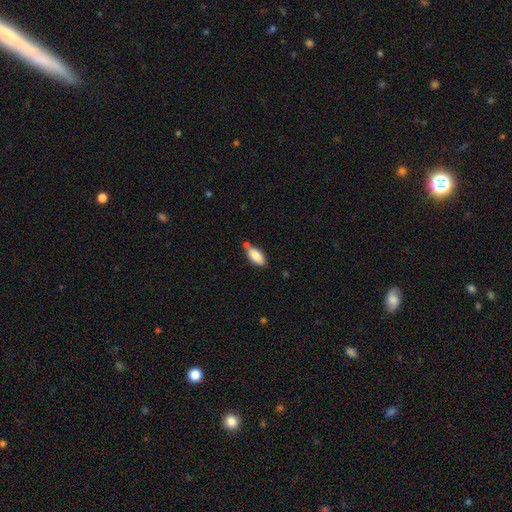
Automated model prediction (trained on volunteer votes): smooth-or-featured: smooth: 85% | featured or disk: 9% | star or artifact: 7%
  how-rounded: in between: 88% | cigar-shaped: 10% | round: 2%
  merging: none: 64% | minor disturbance: 17% | merger: 15% | major disturbance: 4%